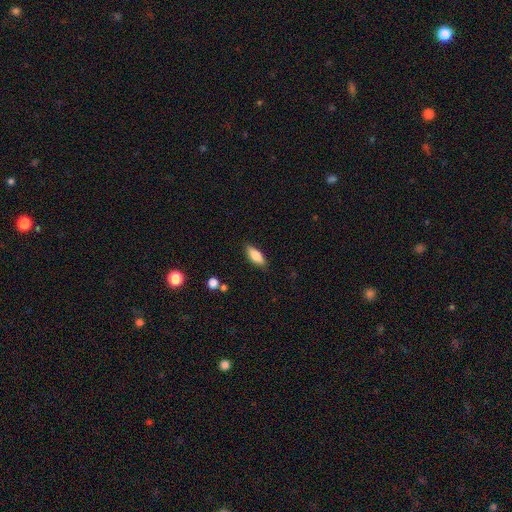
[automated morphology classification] This appears to be a smooth galaxy with no disk features (79%) that is in between round and cigar-shaped (73%). Merging: none (85%).